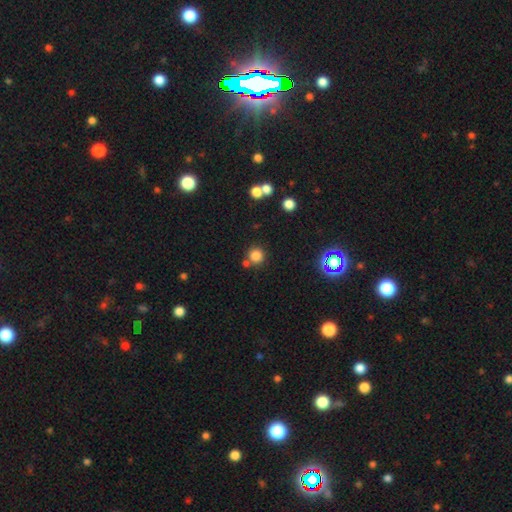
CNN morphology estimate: Q: Smooth or featured?
A: smooth (80%); runner-up: star or artifact (15%)
Q: How rounded?
A: round (93%); runner-up: in between (6%)
Q: Merging?
A: none (72%); runner-up: merger (17%)